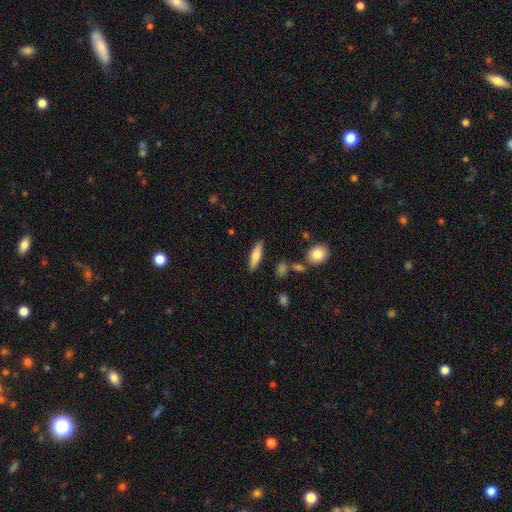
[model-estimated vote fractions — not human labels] smooth 68%, featured or disk 26%, star or artifact 7%. Down the decision tree: how rounded — cigar-shaped (63%); merging — none (85%).